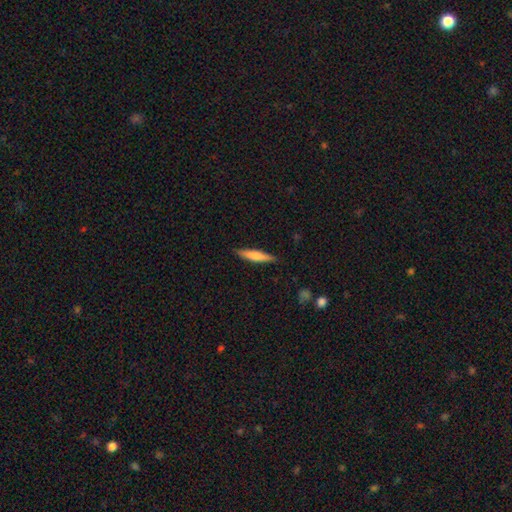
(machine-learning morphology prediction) Q: Smooth or featured?
A: smooth (66%); runner-up: featured or disk (28%)
Q: How rounded?
A: cigar-shaped (87%); runner-up: in between (12%)
Q: Merging?
A: none (88%); runner-up: minor disturbance (9%)